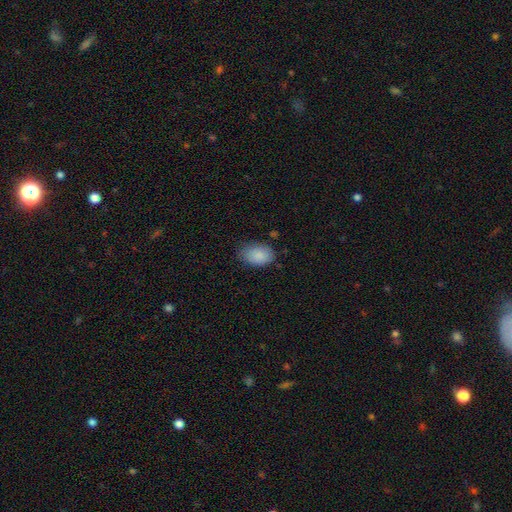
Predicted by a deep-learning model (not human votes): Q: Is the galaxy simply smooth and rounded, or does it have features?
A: smooth — 89%.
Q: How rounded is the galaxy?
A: in between — 86%.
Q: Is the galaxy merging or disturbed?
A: none — 73%.